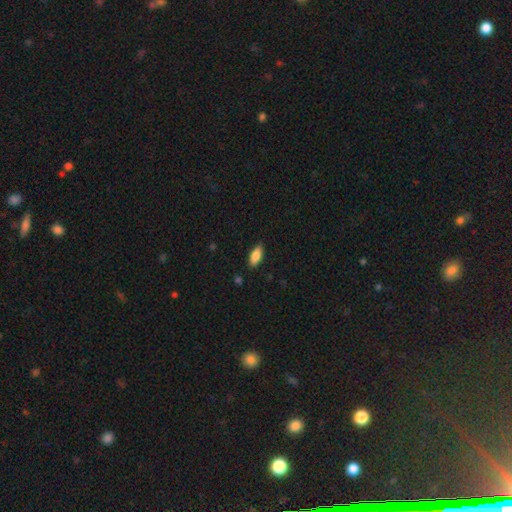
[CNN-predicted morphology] This is clearly a smooth galaxy (84%). How rounded: clearly in between (83%). Merging: clearly none (84%).